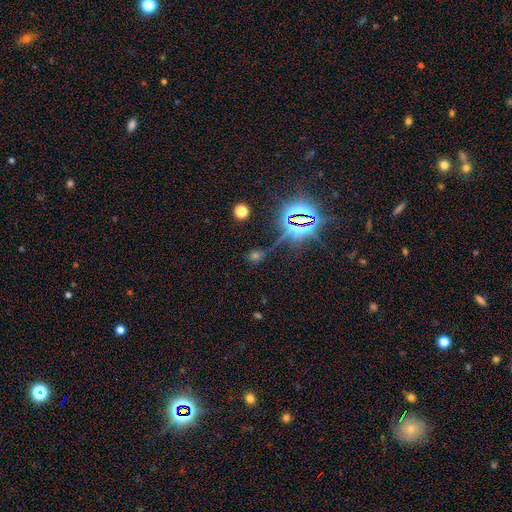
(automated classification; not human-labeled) This is likely a star or artifact rather than a galaxy (62%).